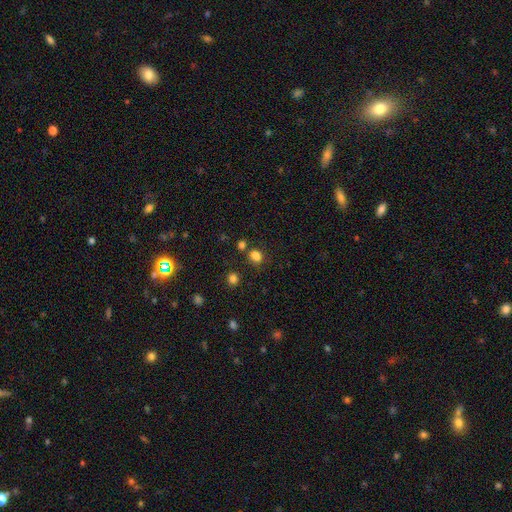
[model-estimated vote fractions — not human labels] Smooth or featured? Predicted: smooth (p=0.77). How rounded? Predicted: round (p=0.51). Merging? Predicted: none (p=0.65).